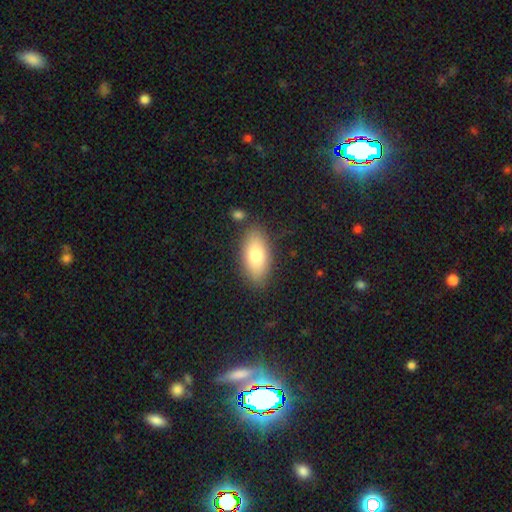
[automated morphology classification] A smooth galaxy with no disk features (76%) that is in between round and cigar-shaped (87%). Merging: none (82%).